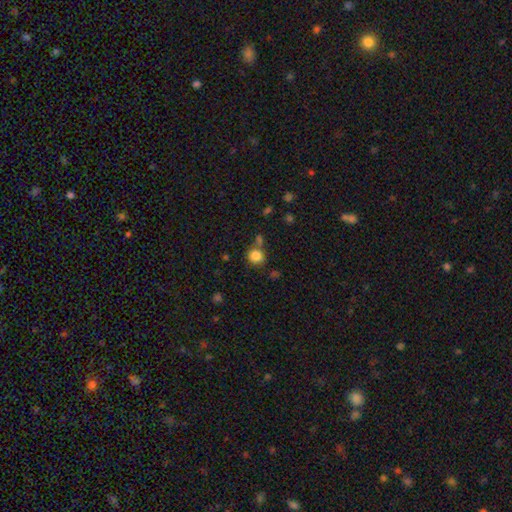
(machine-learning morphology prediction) A smooth galaxy with no disk features (84%) that is round (84%).

Vote fractions:
- Smooth or featured? smooth: 84% / star or artifact: 11% / featured or disk: 5%
- How rounded? round: 84% / in between: 15% / cigar-shaped: 1%
- Merging? none: 68% / merger: 15% / minor disturbance: 12% / major disturbance: 4%